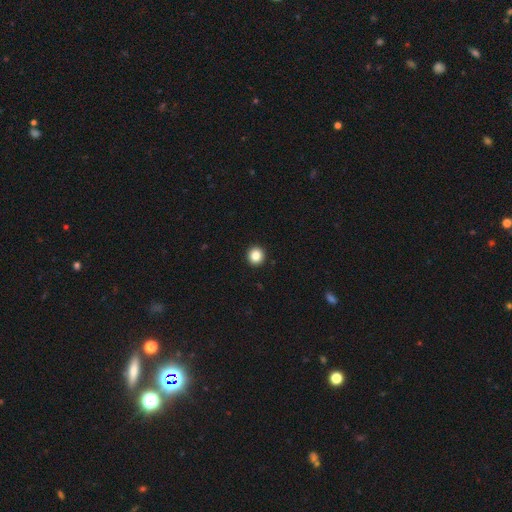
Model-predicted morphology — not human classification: This appears to be a smooth galaxy with no disk features (86%) that is round (94%). Merging: none (94%).